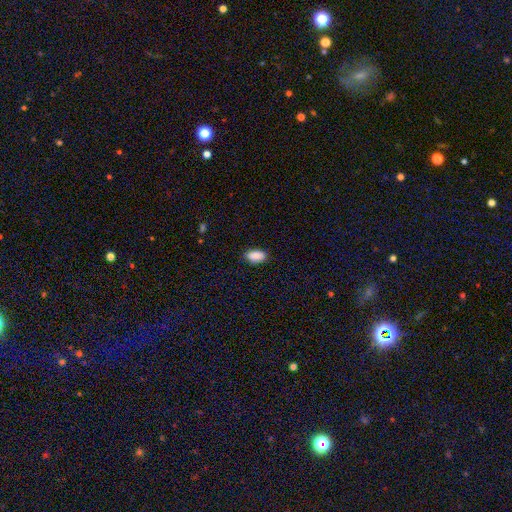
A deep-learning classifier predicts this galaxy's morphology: smooth-or-featured: smooth: 90% | star or artifact: 7% | featured or disk: 3%
  how-rounded: in between: 93% | round: 5% | cigar-shaped: 3%
  merging: none: 85% | minor disturbance: 12% | major disturbance: 2% | merger: 1%